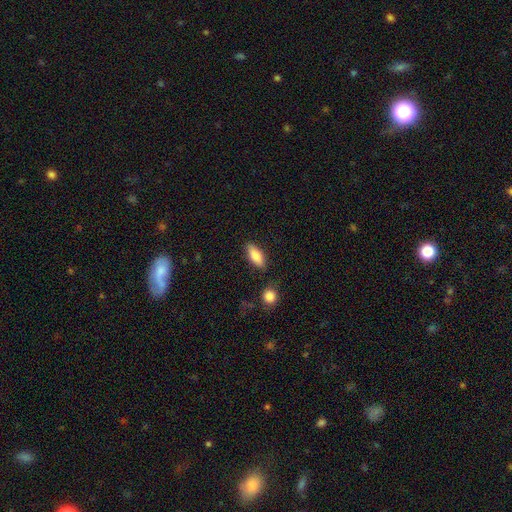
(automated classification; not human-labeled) smooth-or-featured: smooth: 78% | featured or disk: 16% | star or artifact: 6%
  how-rounded: in between: 73% | cigar-shaped: 24% | round: 3%
  merging: none: 82% | minor disturbance: 11% | merger: 4% | major disturbance: 3%